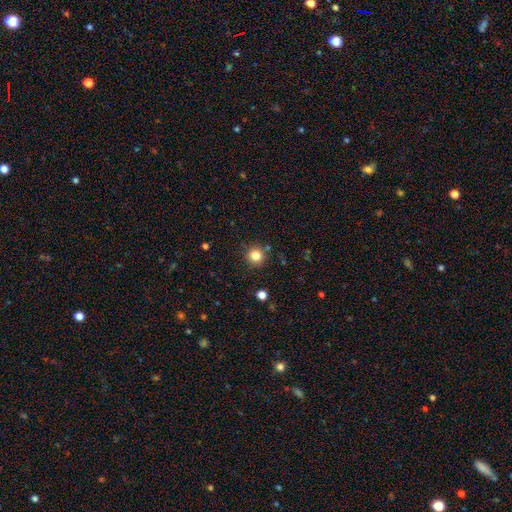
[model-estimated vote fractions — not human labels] Smooth or featured: smooth — 82% (star or artifact — 12%)
How rounded: round — 92% (in between — 7%)
Merging: none — 87% (minor disturbance — 8%)